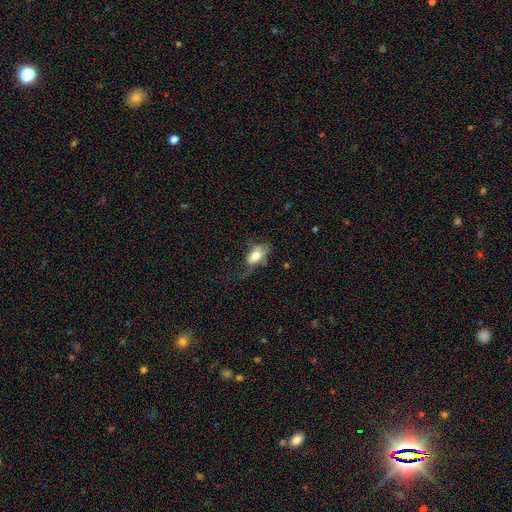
smooth_or_featured: smooth (p=0.70) [alt: featured or disk p=0.23]
how_rounded: in between (p=0.96) [alt: cigar-shaped p=0.04]
merging: major disturbance (p=0.43) [alt: minor disturbance p=0.27]